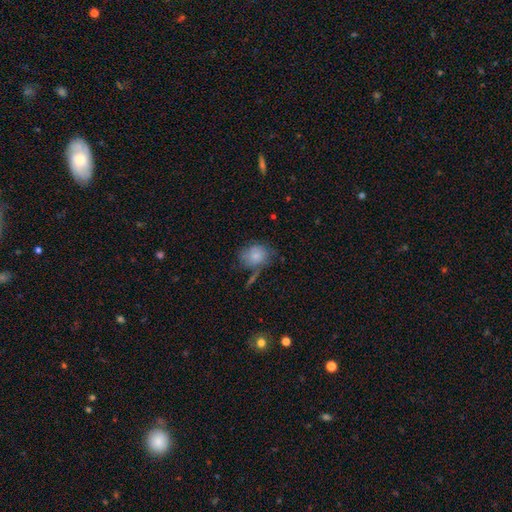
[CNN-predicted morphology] smooth-or-featured: smooth: 78% | featured or disk: 14% | star or artifact: 8%
  how-rounded: round: 53% | in between: 46% | cigar-shaped: 1%
  merging: none: 52% | minor disturbance: 26% | major disturbance: 11% | merger: 10%